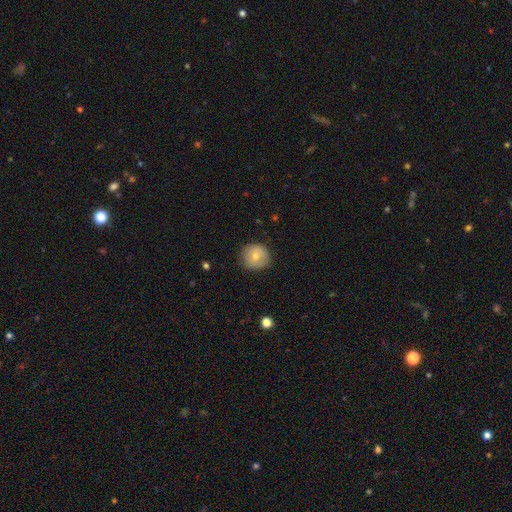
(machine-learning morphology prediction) smooth_or_featured: smooth (p=0.68) [alt: featured or disk p=0.24]
how_rounded: round (p=0.90) [alt: in between p=0.09]
merging: none (p=0.83) [alt: minor disturbance p=0.13]